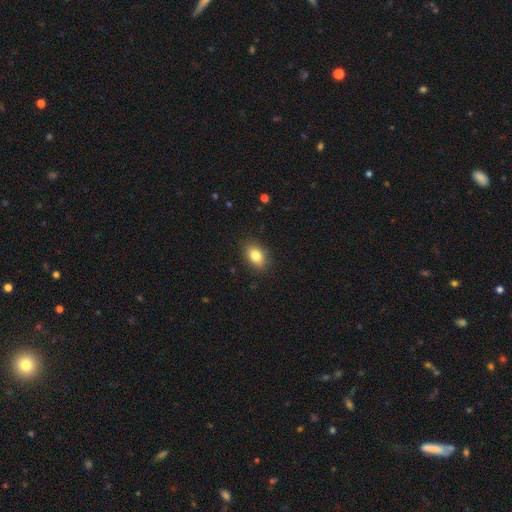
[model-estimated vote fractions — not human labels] Q: Smooth or featured?
A: smooth (83%); runner-up: star or artifact (9%)
Q: How rounded?
A: in between (82%); runner-up: round (16%)
Q: Merging?
A: none (85%); runner-up: minor disturbance (11%)